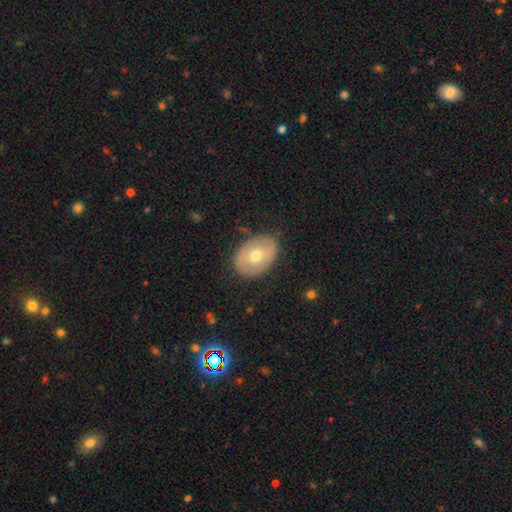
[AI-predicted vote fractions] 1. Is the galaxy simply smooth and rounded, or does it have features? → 53% smooth, 41% featured or disk, 7% star or artifact.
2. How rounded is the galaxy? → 73% in between, 26% round, 1% cigar-shaped.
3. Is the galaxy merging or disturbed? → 81% none, 14% minor disturbance, 4% major disturbance, 1% merger.